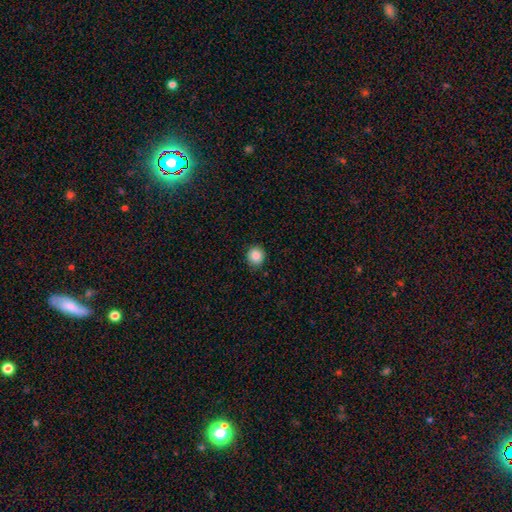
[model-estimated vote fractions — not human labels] Smooth or featured: smooth — 87% (star or artifact — 10%)
How rounded: round — 89% (in between — 10%)
Merging: none — 89% (minor disturbance — 8%)